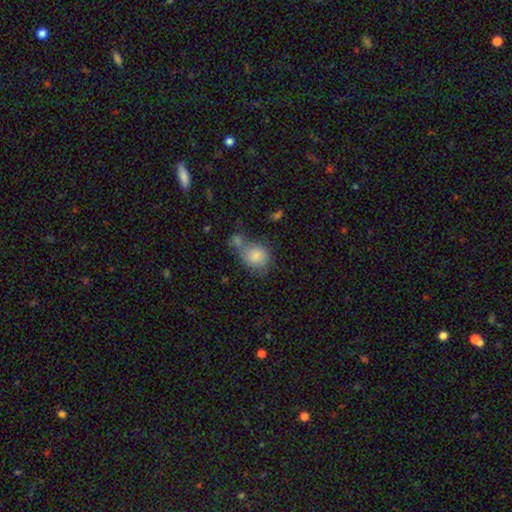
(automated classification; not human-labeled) smooth 82%, featured or disk 10%, star or artifact 8%. Down the decision tree: how rounded — round (65%); merging — merger (37%).